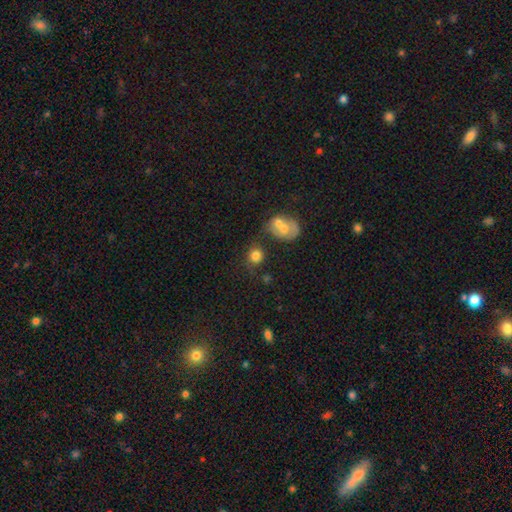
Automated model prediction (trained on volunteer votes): Q: Smooth or featured?
A: smooth (80%); runner-up: featured or disk (10%)
Q: How rounded?
A: round (77%); runner-up: in between (22%)
Q: Merging?
A: none (58%); runner-up: merger (21%)